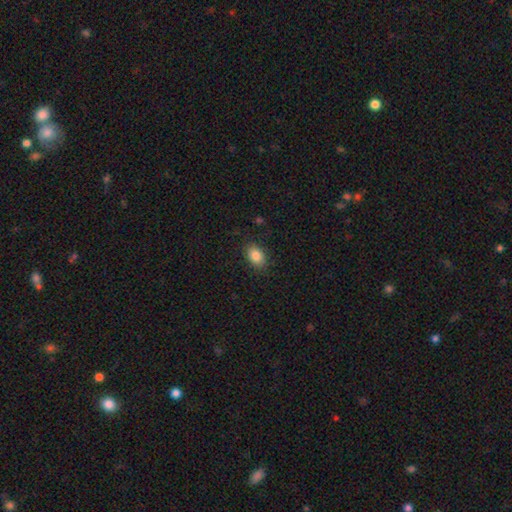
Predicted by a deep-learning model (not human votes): A smooth galaxy with no disk features (85%) that is in between round and cigar-shaped (84%).

Vote fractions:
- Smooth or featured? smooth: 85% / star or artifact: 9% / featured or disk: 7%
- How rounded? in between: 84% / round: 15% / cigar-shaped: 1%
- Merging? none: 87% / minor disturbance: 10% / major disturbance: 2% / merger: 1%